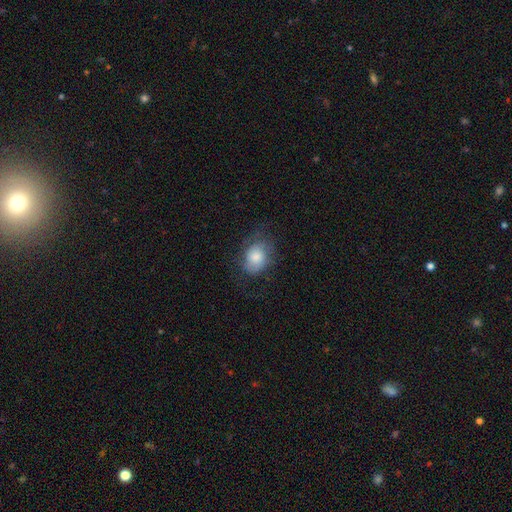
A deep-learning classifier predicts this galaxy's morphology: Smooth or featured?
  - smooth: 66% *
  - featured or disk: 25%
  - star or artifact: 9%
How rounded?
  - in between: 58% *
  - round: 41%
  - cigar-shaped: 1%
Merging?
  - none: 61% *
  - minor disturbance: 24%
  - major disturbance: 14%
  - merger: 1%